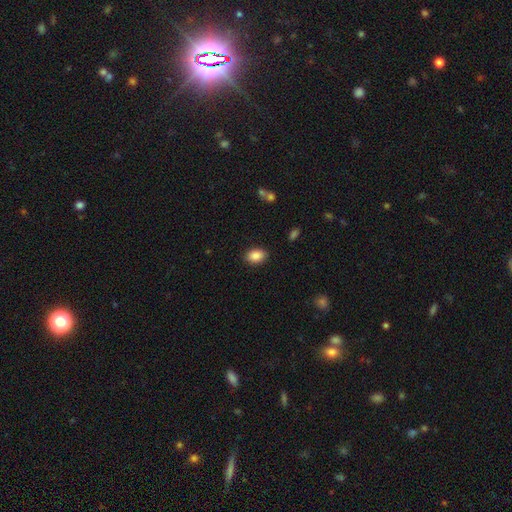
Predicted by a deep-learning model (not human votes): Q: Smooth or featured?
A: smooth (88%); runner-up: star or artifact (8%)
Q: How rounded?
A: in between (82%); runner-up: round (16%)
Q: Merging?
A: none (87%); runner-up: minor disturbance (9%)